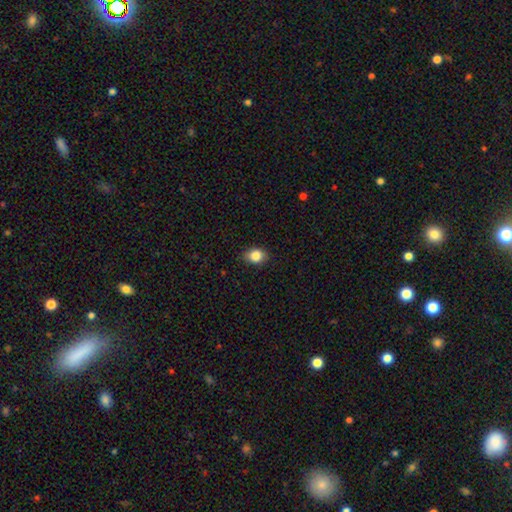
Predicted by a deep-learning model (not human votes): smooth 85%, star or artifact 9%, featured or disk 5%. Down the decision tree: how rounded — in between (57%); merging — none (84%).